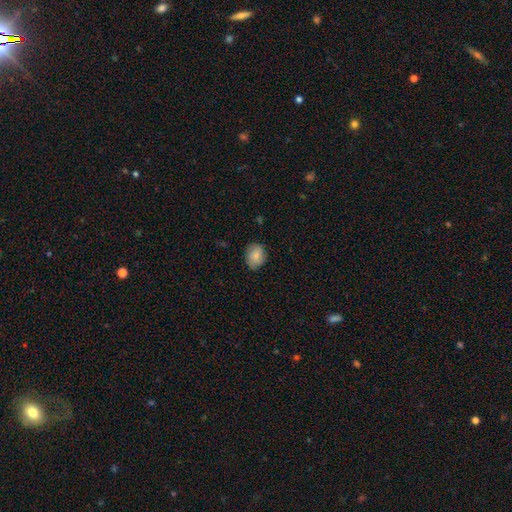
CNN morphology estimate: Smooth or featured? smooth (81%)
How rounded? round (53%)
Merging? none (80%)